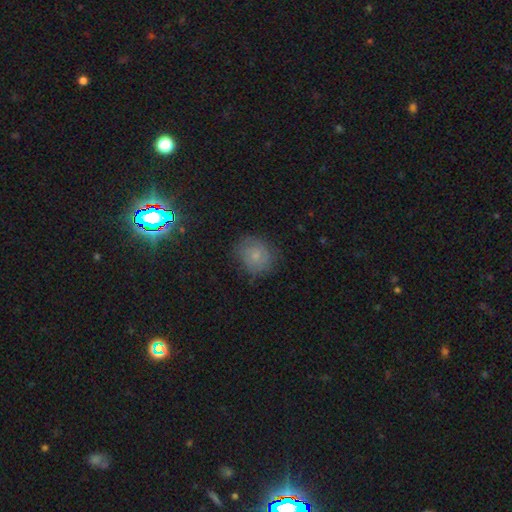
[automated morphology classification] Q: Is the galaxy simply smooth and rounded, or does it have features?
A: smooth — 49%.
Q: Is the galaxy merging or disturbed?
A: none — 74%.